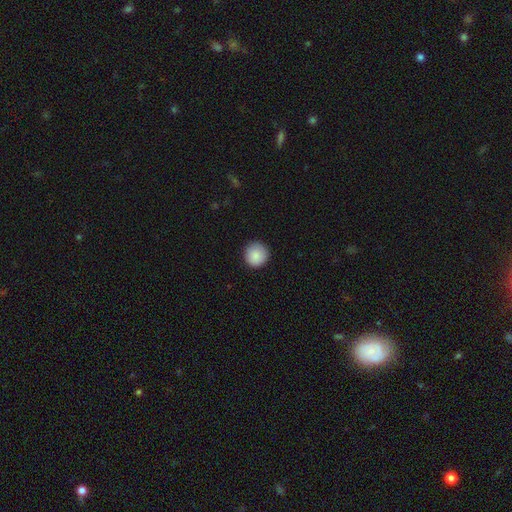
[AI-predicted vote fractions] Smooth or featured? smooth (88%)
How rounded? round (95%)
Merging? none (89%)